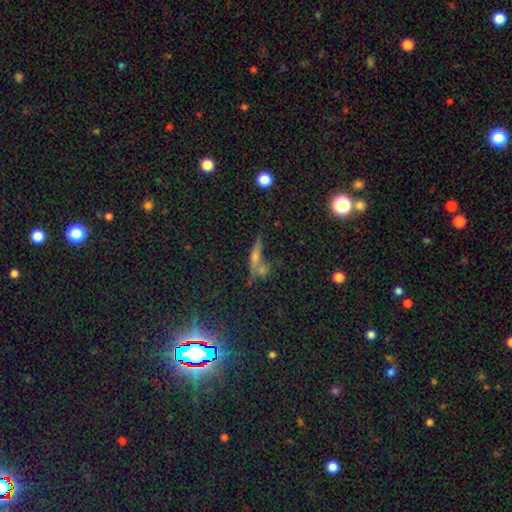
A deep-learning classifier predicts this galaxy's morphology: This appears to be a smooth galaxy with no disk features (41%). Merging: none (50%).